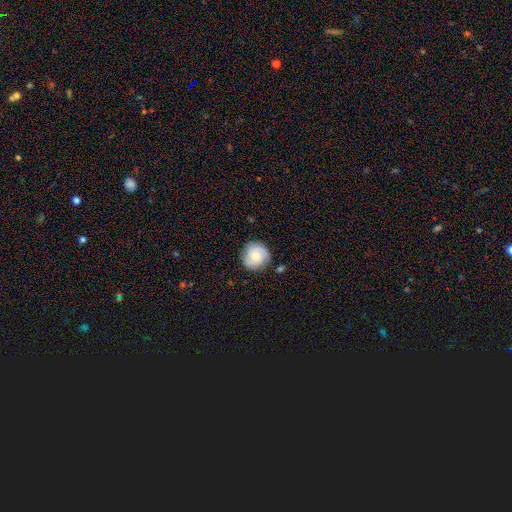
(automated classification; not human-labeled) Q: Smooth or featured?
A: smooth (48%); runner-up: featured or disk (45%)
Q: Merging?
A: none (78%); runner-up: minor disturbance (16%)